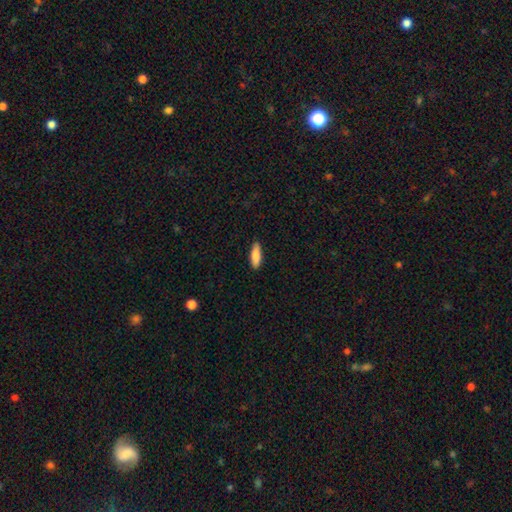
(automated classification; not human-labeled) smooth_or_featured: smooth (p=0.87) [alt: featured or disk p=0.08]
how_rounded: in between (p=0.53) [alt: cigar-shaped p=0.45]
merging: none (p=0.88) [alt: minor disturbance p=0.09]